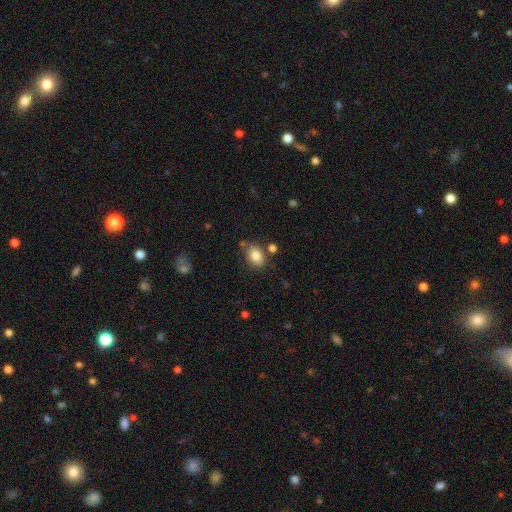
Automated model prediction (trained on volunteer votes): Smooth or featured?
  - smooth: 83% *
  - star or artifact: 9%
  - featured or disk: 9%
How rounded?
  - in between: 75% *
  - round: 24%
  - cigar-shaped: 1%
Merging?
  - none: 73% *
  - minor disturbance: 14%
  - merger: 8%
  - major disturbance: 4%